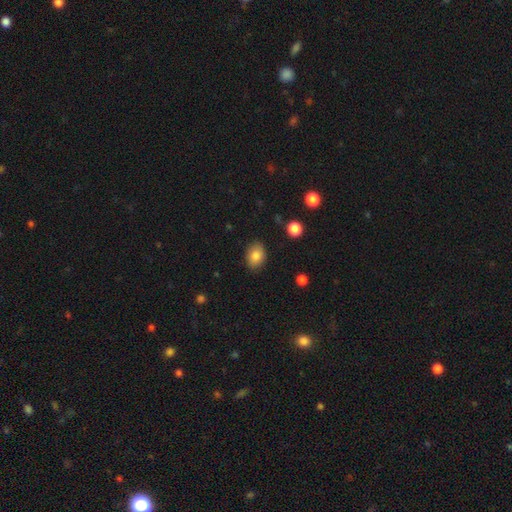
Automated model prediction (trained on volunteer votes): Smooth or featured?
  - smooth: 84% *
  - star or artifact: 9%
  - featured or disk: 8%
How rounded?
  - in between: 70% *
  - round: 29%
  - cigar-shaped: 1%
Merging?
  - none: 86% *
  - minor disturbance: 10%
  - major disturbance: 2%
  - merger: 1%